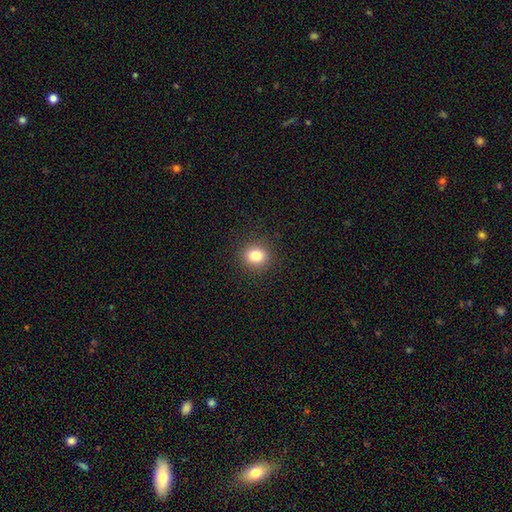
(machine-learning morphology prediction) smooth-or-featured: smooth: 81% | star or artifact: 12% | featured or disk: 7%
  how-rounded: round: 76% | in between: 23% | cigar-shaped: 1%
  merging: none: 90% | minor disturbance: 6% | major disturbance: 2% | merger: 1%